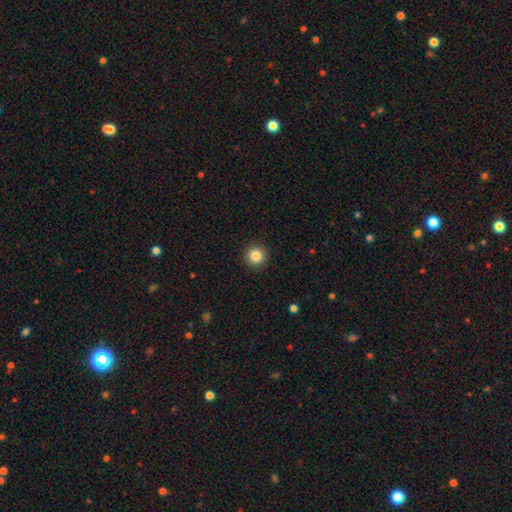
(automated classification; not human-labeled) Smooth or featured: smooth — 86% (star or artifact — 10%)
How rounded: round — 95% (in between — 4%)
Merging: none — 93% (minor disturbance — 5%)